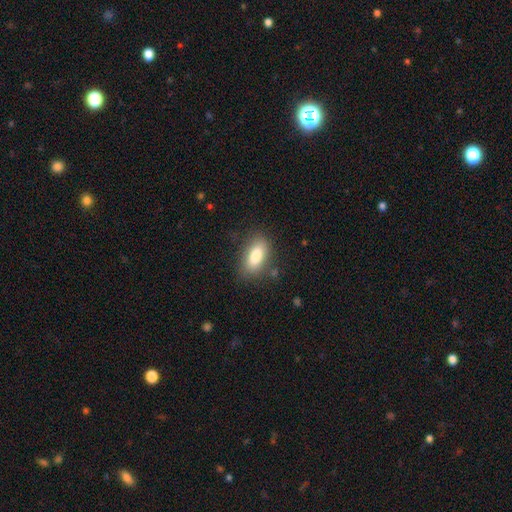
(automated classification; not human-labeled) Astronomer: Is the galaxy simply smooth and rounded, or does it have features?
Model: smooth — 83%.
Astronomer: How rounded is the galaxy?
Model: in between — 86%.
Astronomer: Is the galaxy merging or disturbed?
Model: none — 80%.